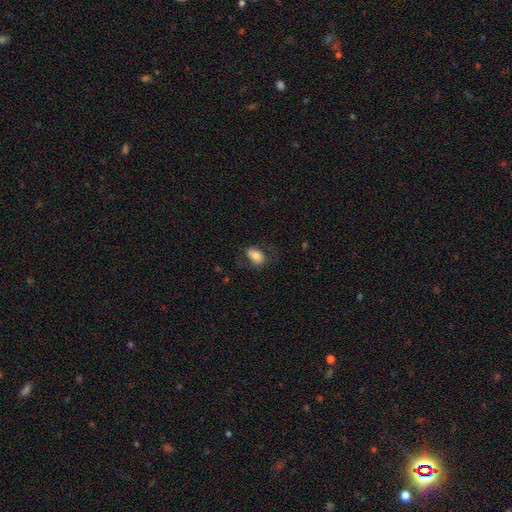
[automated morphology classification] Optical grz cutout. It shows a smooth galaxy with no disk features (76%) that is in between round and cigar-shaped (87%). Merging: none (69%).